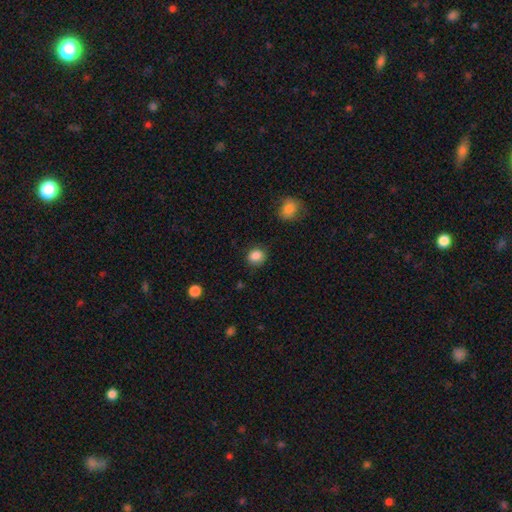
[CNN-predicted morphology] Smooth or featured? smooth (87%)
How rounded? round (75%)
Merging? none (84%)